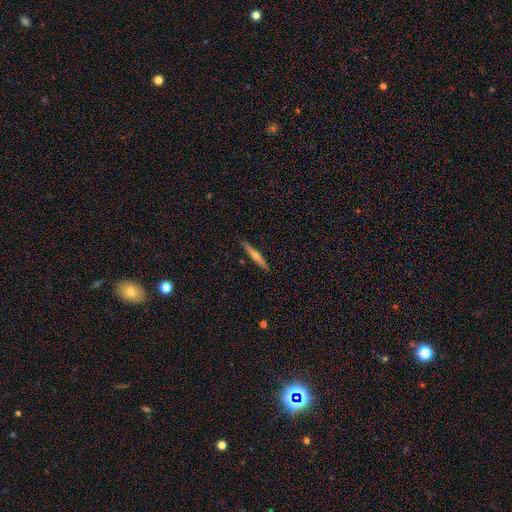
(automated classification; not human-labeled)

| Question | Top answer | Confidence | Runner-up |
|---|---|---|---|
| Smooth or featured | featured or disk | 50% | smooth (44%) |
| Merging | none | 90% | minor disturbance (7%) |